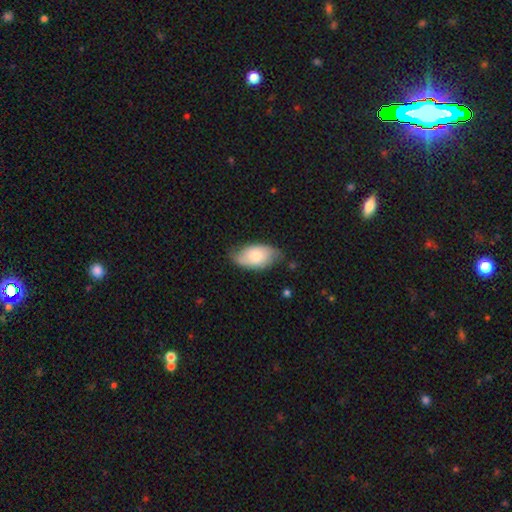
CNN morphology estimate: smooth 62%, featured or disk 31%, star or artifact 6%. Down the decision tree: how rounded — in between (93%); merging — none (67%).